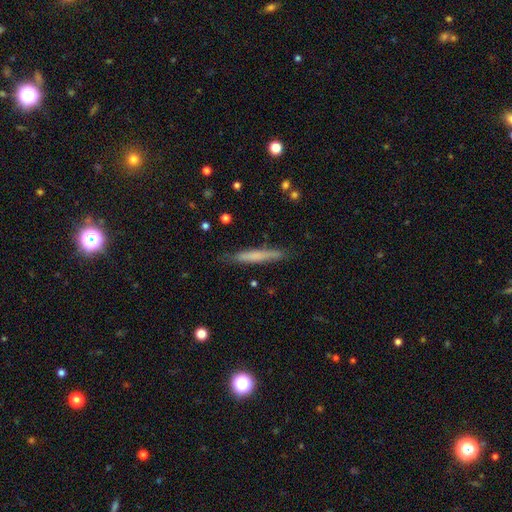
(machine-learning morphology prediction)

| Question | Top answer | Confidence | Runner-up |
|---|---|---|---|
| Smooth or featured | smooth | 62% | featured or disk (32%) |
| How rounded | cigar-shaped | 95% | in between (3%) |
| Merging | none | 85% | minor disturbance (11%) |